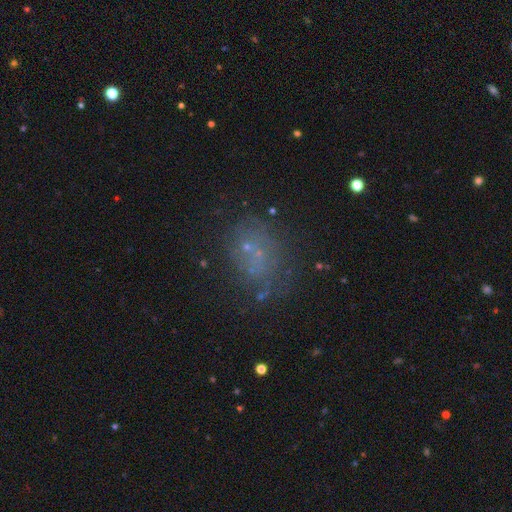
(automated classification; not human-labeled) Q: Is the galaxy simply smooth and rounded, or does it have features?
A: smooth — 43%.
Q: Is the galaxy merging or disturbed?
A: none — 57%.